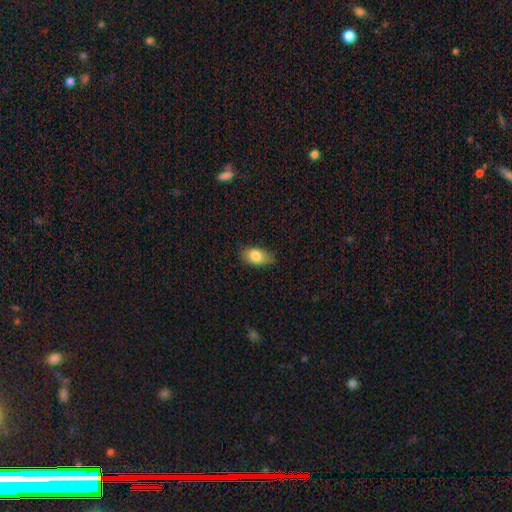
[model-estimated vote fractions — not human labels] Q: Smooth or featured?
A: smooth (81%); runner-up: featured or disk (11%)
Q: How rounded?
A: in between (89%); runner-up: round (7%)
Q: Merging?
A: none (78%); runner-up: minor disturbance (17%)